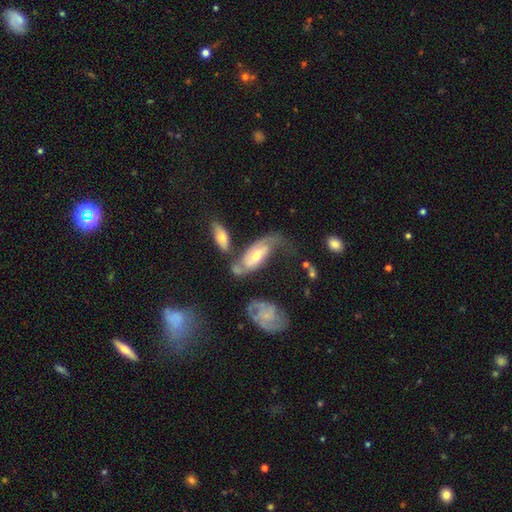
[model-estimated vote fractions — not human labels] smooth_or_featured: featured or disk (p=0.68) [alt: smooth p=0.26]
disk_edge_on: no (p=0.89) [alt: yes p=0.11]
bar: no (p=0.49) [alt: weak p=0.36]
has_spiral_arms: yes (p=0.84) [alt: no p=0.16]
spiral_winding: medium (p=0.37) [alt: tight p=0.33]
spiral_arm_count: 2 (p=0.60) [alt: can't tell p=0.22]
bulge_size: moderate (p=0.65) [alt: small p=0.20]
merging: none (p=0.33) [alt: major disturbance p=0.25]